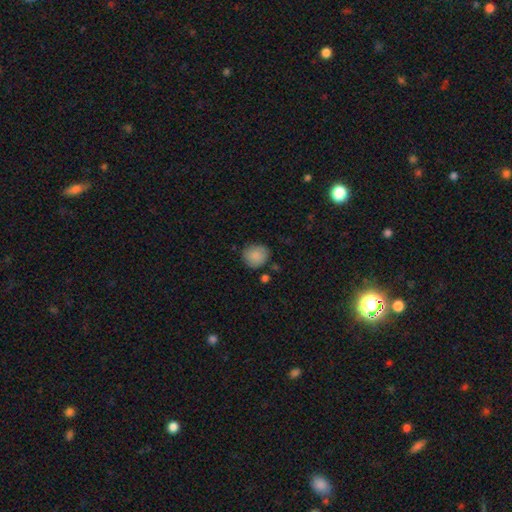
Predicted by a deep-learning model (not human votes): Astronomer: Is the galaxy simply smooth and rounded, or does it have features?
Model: smooth — 86%.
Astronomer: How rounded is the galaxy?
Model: round — 80%.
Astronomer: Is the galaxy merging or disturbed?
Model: none — 76%.